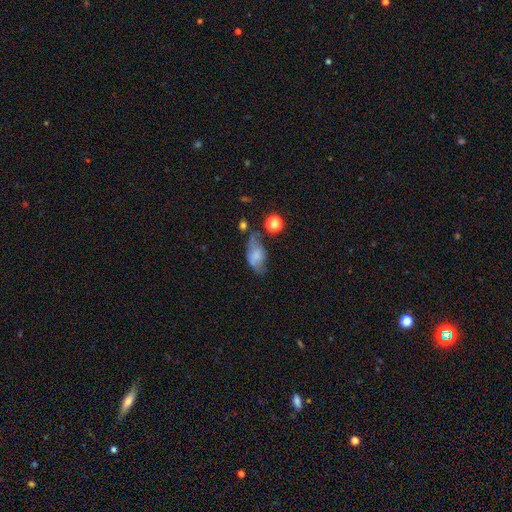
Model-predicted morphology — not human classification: Smooth or featured: smooth — 63% (featured or disk — 27%)
How rounded: in between — 87% (round — 7%)
Merging: none — 38% (minor disturbance — 32%)